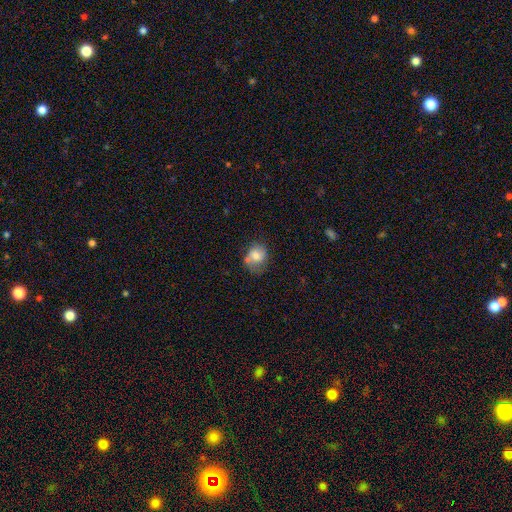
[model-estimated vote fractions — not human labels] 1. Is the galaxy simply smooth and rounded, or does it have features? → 69% smooth, 22% featured or disk, 9% star or artifact.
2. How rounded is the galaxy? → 59% round, 40% in between, 1% cigar-shaped.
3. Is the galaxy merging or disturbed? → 45% none, 26% minor disturbance, 17% merger, 12% major disturbance.